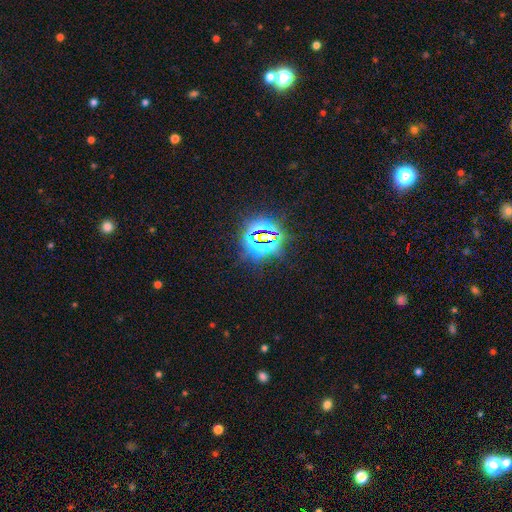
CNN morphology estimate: type=star or artifact (81%).